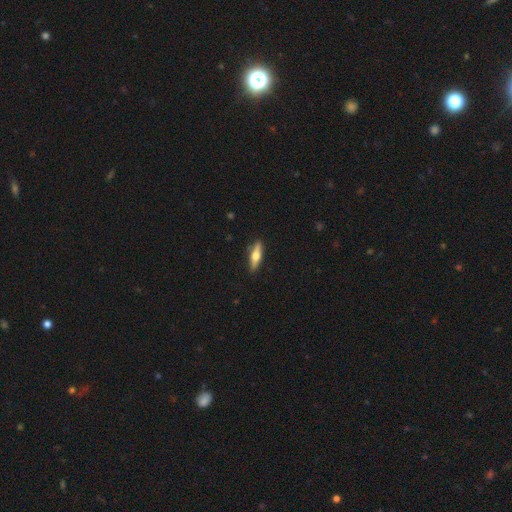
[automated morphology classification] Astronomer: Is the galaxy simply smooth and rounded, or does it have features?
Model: featured or disk — 49% (runner-up: smooth, 45%).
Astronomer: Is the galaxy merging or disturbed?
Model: none — 88%.